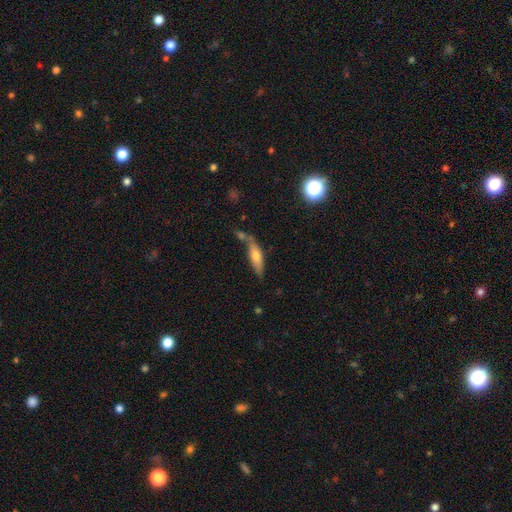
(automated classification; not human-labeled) Morphology: type=smooth (58%); roundness=cigar-shaped (63%); merging=none (50%).